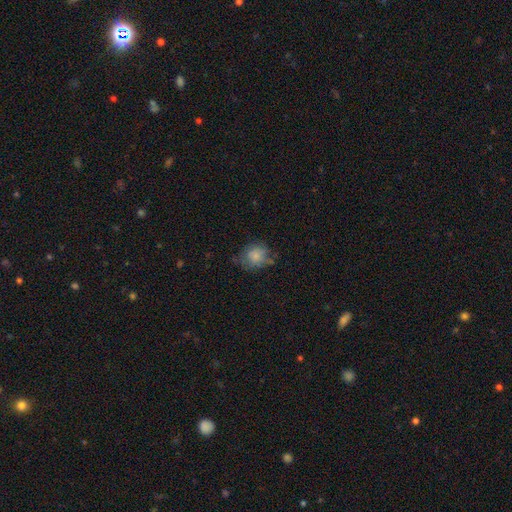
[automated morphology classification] smooth_or_featured: smooth (p=0.72) [alt: featured or disk p=0.18]
how_rounded: round (p=0.66) [alt: in between p=0.33]
merging: none (p=0.51) [alt: minor disturbance p=0.30]